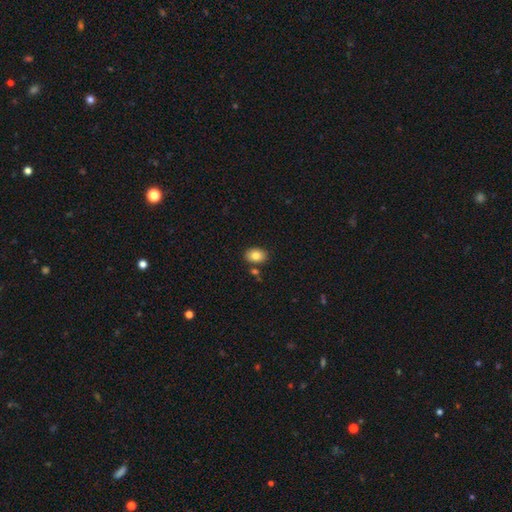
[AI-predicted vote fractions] Overall: smooth (83%). How rounded: in between (78%). Merging: none (81%).